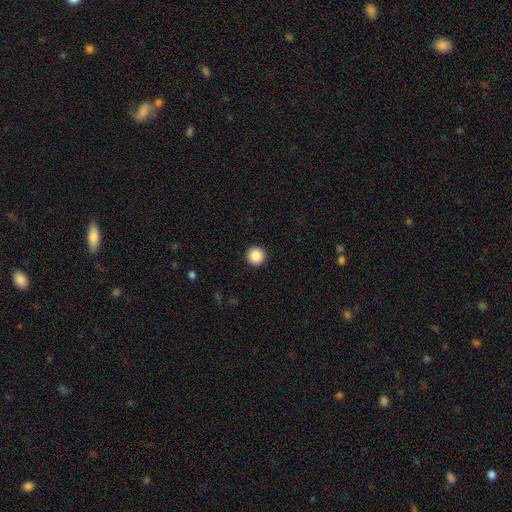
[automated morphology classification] Smooth or featured? smooth (88%)
How rounded? round (97%)
Merging? none (93%)